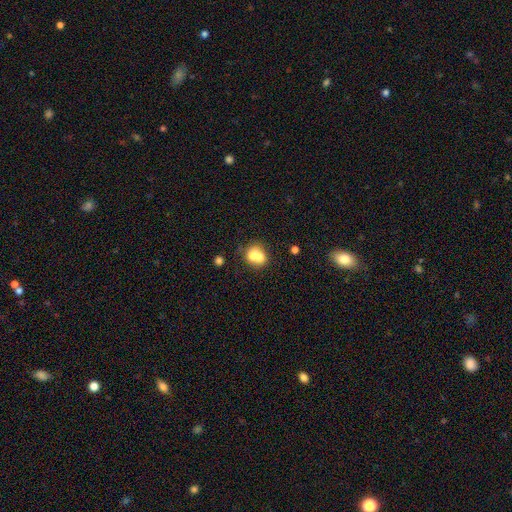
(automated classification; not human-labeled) Smooth or featured? Predicted: smooth (p=0.70). How rounded? Predicted: round (p=0.65). Merging? Predicted: merger (p=0.56).